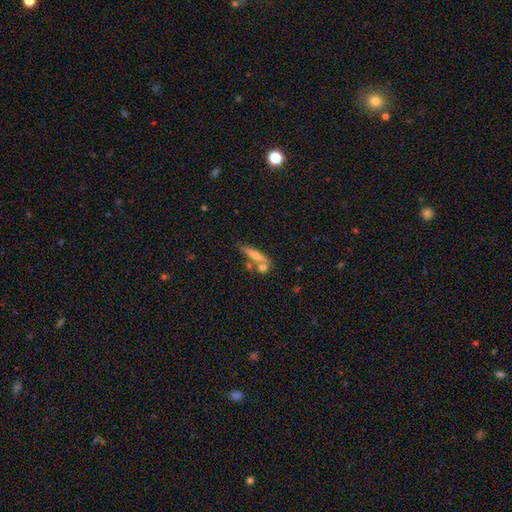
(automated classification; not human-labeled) This is possibly a smooth galaxy (57%). How rounded: clearly cigar-shaped (81%). Merging: possibly none (57%).